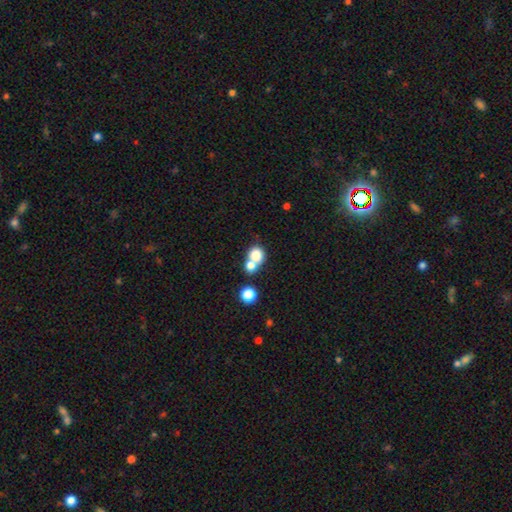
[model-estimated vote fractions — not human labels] Smooth or featured? smooth (78%)
How rounded? round (76%)
Merging? merger (53%)